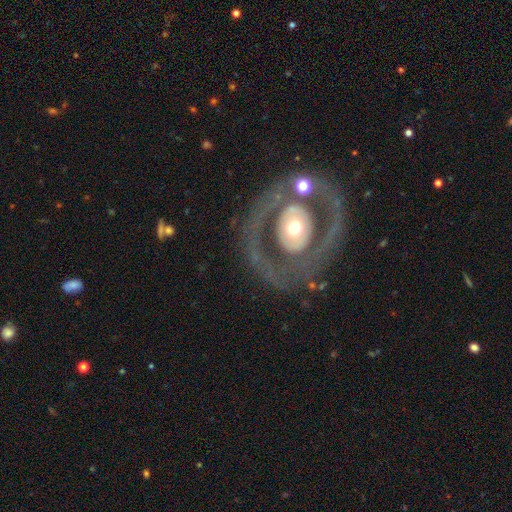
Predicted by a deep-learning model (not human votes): Overall: featured or disk (78%). Edge-on disk: no (95%). Bar: no (76%). Spiral arms: no (55%; yes 45%). Bulge size: moderate (60%; small 20%). Merging: none (74%).